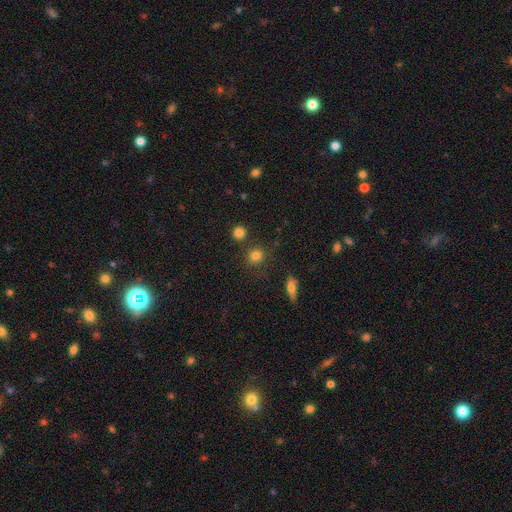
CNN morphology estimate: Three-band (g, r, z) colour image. It shows a smooth galaxy with no disk features (81%) that is round (86%). Merging: none (80%).